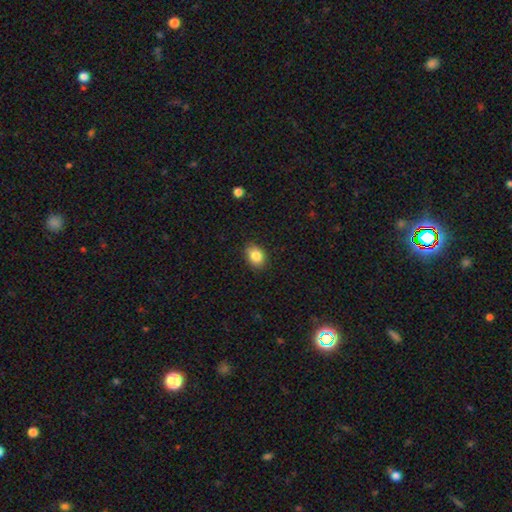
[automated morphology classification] Smooth or featured: smooth — 85% (star or artifact — 9%)
How rounded: in between — 69% (round — 30%)
Merging: none — 85% (minor disturbance — 12%)